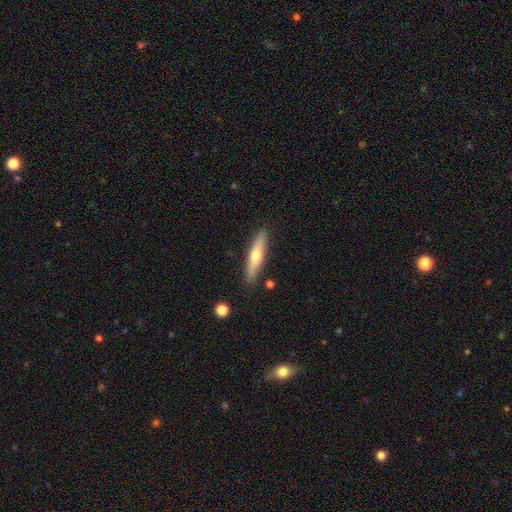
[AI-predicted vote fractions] Morphology: type=smooth (53%); roundness=cigar-shaped (83%); merging=none (86%).